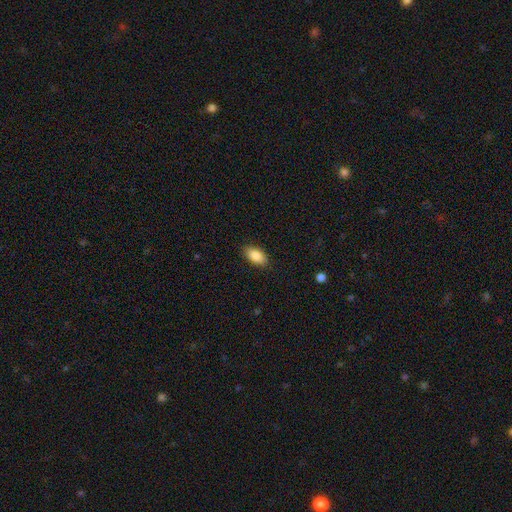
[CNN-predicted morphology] smooth_or_featured: smooth (p=0.87) [alt: star or artifact p=0.07]
how_rounded: in between (p=0.92) [alt: cigar-shaped p=0.04]
merging: none (p=0.87) [alt: minor disturbance p=0.09]